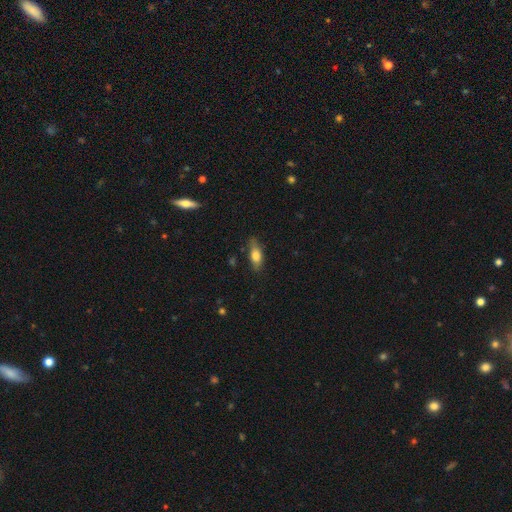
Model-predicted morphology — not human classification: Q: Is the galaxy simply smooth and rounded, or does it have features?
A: smooth — 69%.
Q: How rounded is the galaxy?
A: in between — 69%.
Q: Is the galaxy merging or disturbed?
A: none — 75%.